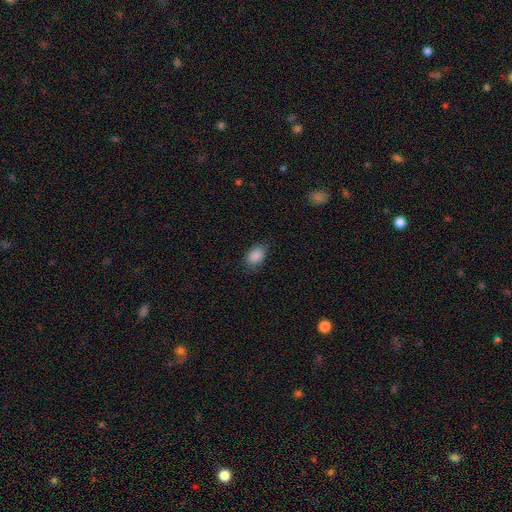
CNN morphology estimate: This appears to be a smooth galaxy with no disk features (89%) that is in between round and cigar-shaped (83%). Merging: none (80%).